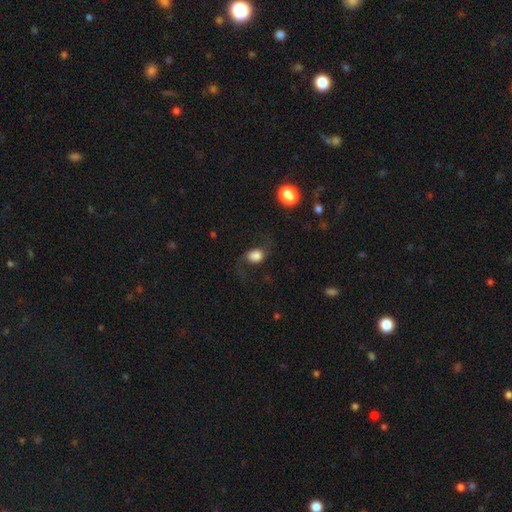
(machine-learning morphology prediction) A smooth galaxy with no disk features (54%) that is round (51%).

Vote fractions:
- Smooth or featured? smooth: 54% / featured or disk: 35% / star or artifact: 12%
- How rounded? round: 51% / in between: 47% / cigar-shaped: 2%
- Merging? none: 57% / major disturbance: 21% / minor disturbance: 19% / merger: 3%